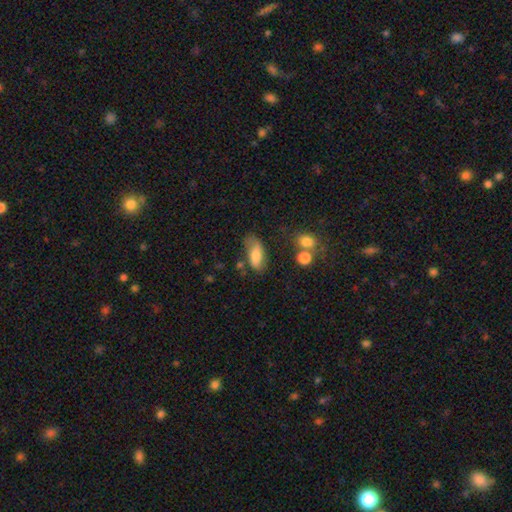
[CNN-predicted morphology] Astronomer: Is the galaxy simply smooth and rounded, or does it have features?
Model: smooth — 72%.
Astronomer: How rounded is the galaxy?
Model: in between — 84%.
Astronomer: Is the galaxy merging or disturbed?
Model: none — 48% (runner-up: minor disturbance, 30%).